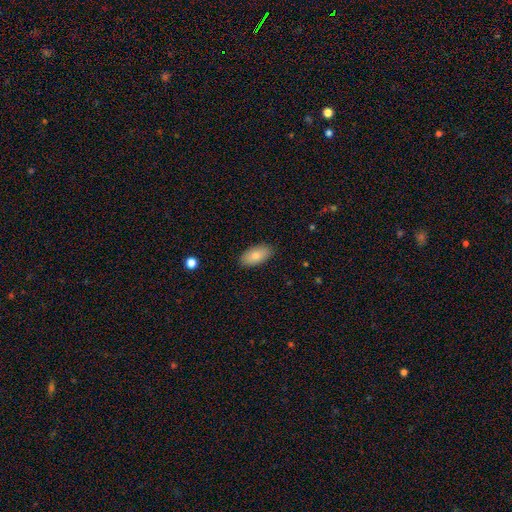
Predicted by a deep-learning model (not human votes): Smooth or featured?
  - smooth: 83% *
  - featured or disk: 11%
  - star or artifact: 6%
How rounded?
  - in between: 94% *
  - cigar-shaped: 4%
  - round: 3%
Merging?
  - none: 88% *
  - minor disturbance: 9%
  - major disturbance: 2%
  - merger: 1%